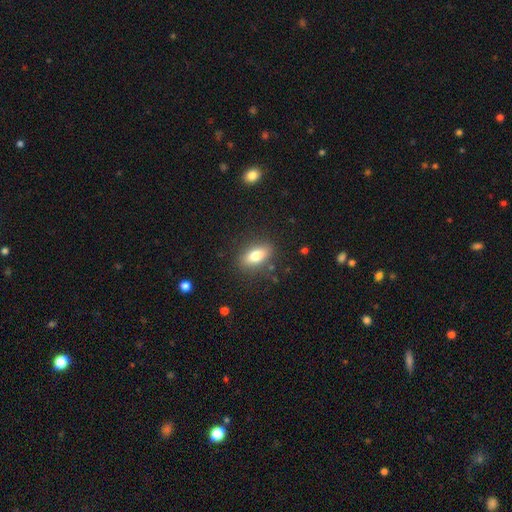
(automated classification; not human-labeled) smooth 78%, featured or disk 14%, star or artifact 8%. Down the decision tree: how rounded — in between (83%); merging — none (84%).